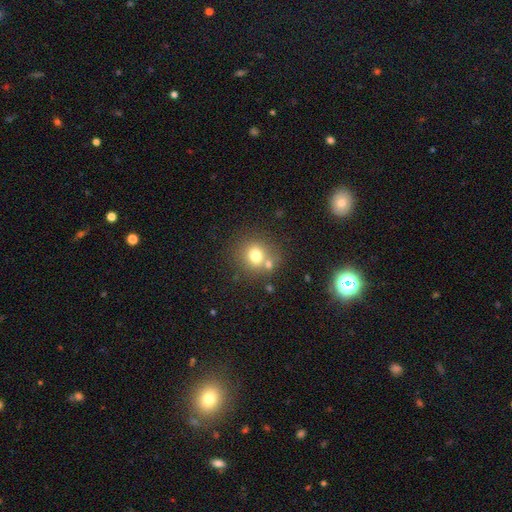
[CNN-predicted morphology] Q: Smooth or featured?
A: smooth (74%); runner-up: star or artifact (13%)
Q: How rounded?
A: round (83%); runner-up: in between (16%)
Q: Merging?
A: none (66%); runner-up: merger (19%)